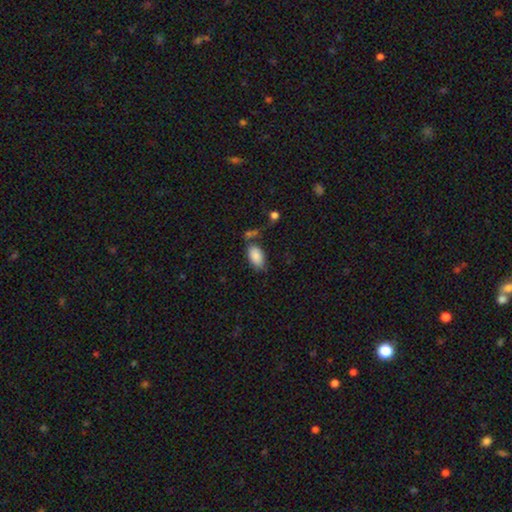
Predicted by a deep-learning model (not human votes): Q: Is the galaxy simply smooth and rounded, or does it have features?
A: smooth — 87%.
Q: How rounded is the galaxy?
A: in between — 94%.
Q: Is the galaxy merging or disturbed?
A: none — 63%.